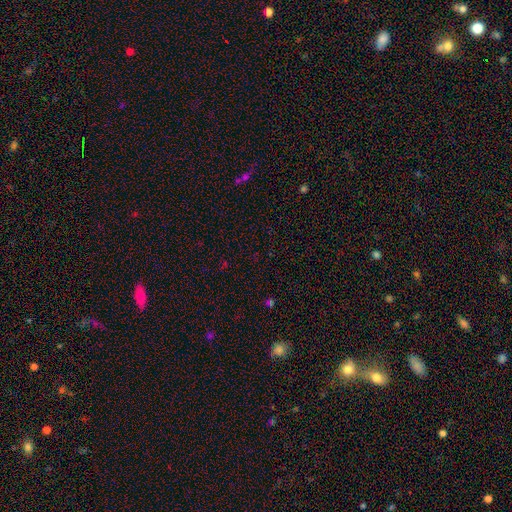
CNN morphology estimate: smooth_or_featured: star or artifact (p=0.65) [alt: smooth p=0.27]